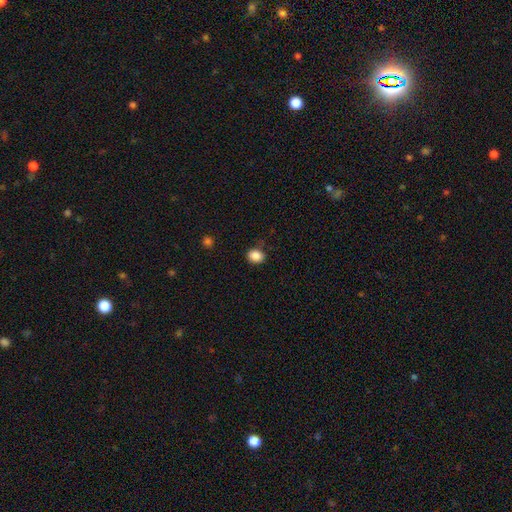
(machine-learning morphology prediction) Smooth or featured: smooth — 87% (star or artifact — 10%)
How rounded: round — 59% (in between — 40%)
Merging: none — 83% (minor disturbance — 13%)